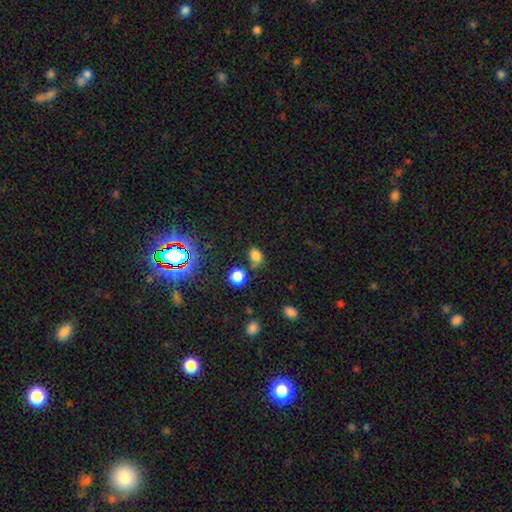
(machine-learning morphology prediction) Smooth or featured? smooth (74%)
How rounded? in between (64%)
Merging? none (57%)